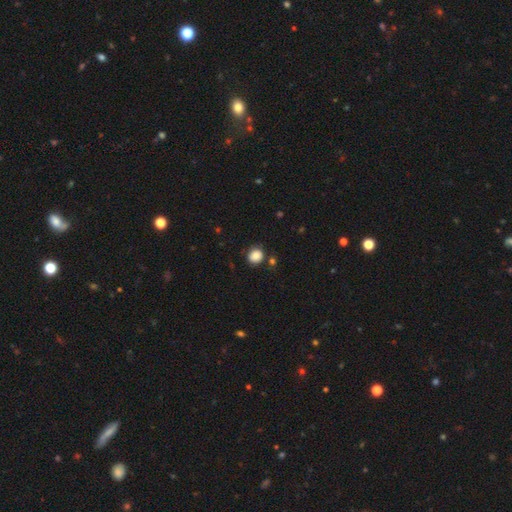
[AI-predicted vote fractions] Q: Smooth or featured?
A: smooth (86%); runner-up: star or artifact (10%)
Q: How rounded?
A: round (81%); runner-up: in between (18%)
Q: Merging?
A: none (80%); runner-up: minor disturbance (11%)